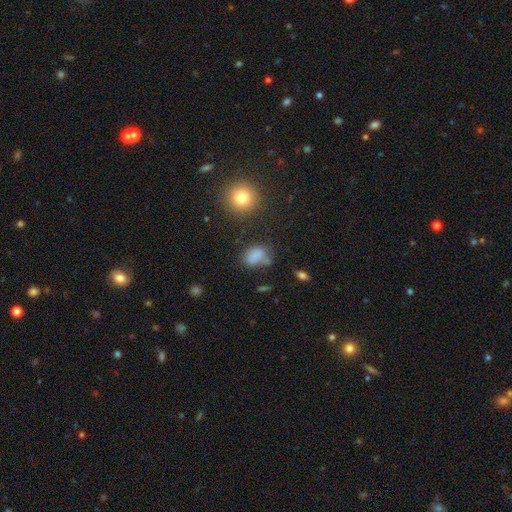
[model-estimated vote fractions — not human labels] A smooth galaxy with no disk features (76%) that is in between round and cigar-shaped (74%). Merging: none (46%).